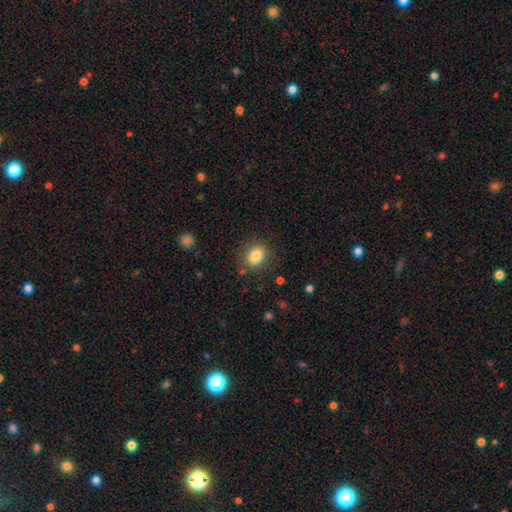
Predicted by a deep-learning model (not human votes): A smooth galaxy with no disk features (83%) that is in between round and cigar-shaped (60%).

Vote fractions:
- Smooth or featured? smooth: 83% / star or artifact: 9% / featured or disk: 8%
- How rounded? in between: 60% / round: 39% / cigar-shaped: 1%
- Merging? none: 83% / minor disturbance: 11% / major disturbance: 4% / merger: 2%